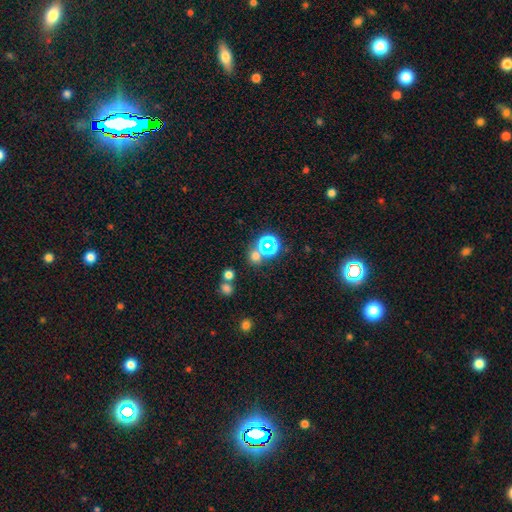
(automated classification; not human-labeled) Q: Smooth or featured?
A: smooth (55%); runner-up: star or artifact (36%)
Q: How rounded?
A: round (84%); runner-up: in between (15%)
Q: Merging?
A: none (65%); runner-up: merger (22%)